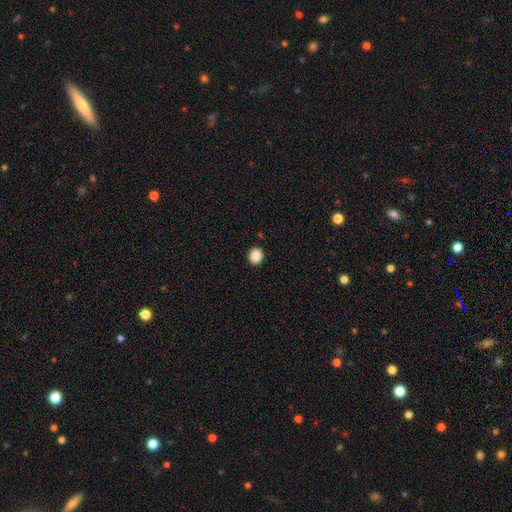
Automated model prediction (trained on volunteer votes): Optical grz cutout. It shows a smooth galaxy with no disk features (87%) that is round (78%). Merging: none (92%).